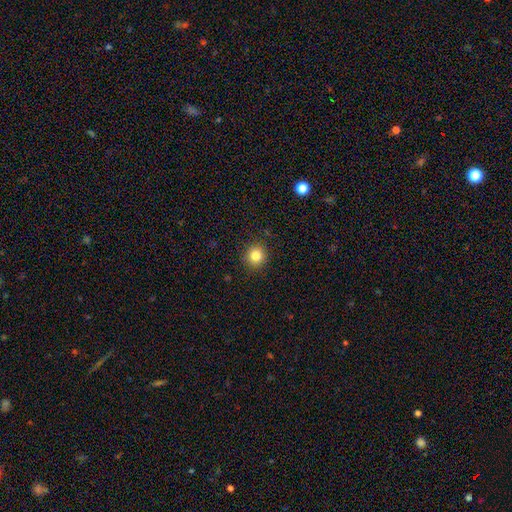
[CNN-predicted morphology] smooth-or-featured: smooth: 82% | star or artifact: 12% | featured or disk: 6%
  how-rounded: round: 91% | in between: 8% | cigar-shaped: 1%
  merging: none: 90% | minor disturbance: 7% | major disturbance: 2% | merger: 1%